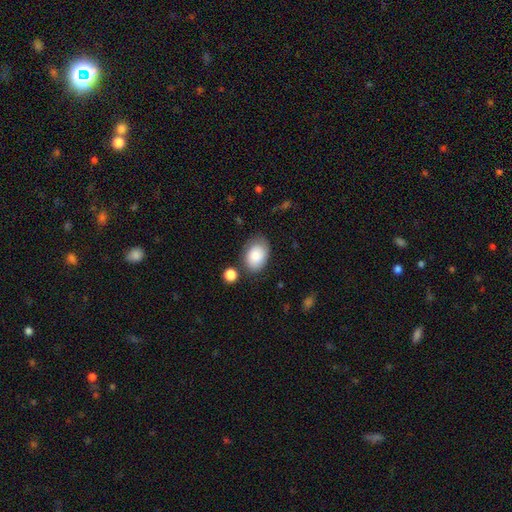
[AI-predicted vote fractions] Smooth or featured: smooth — 81% (featured or disk — 12%)
How rounded: in between — 84% (round — 15%)
Merging: none — 70% (minor disturbance — 20%)